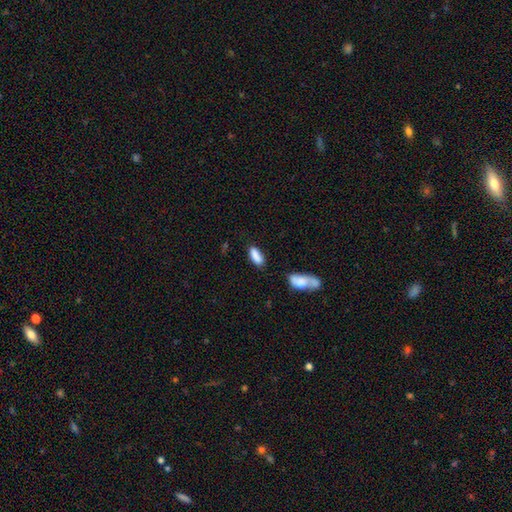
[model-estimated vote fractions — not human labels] smooth 87%, star or artifact 7%, featured or disk 6%. Down the decision tree: how rounded — in between (76%); merging — none (69%).